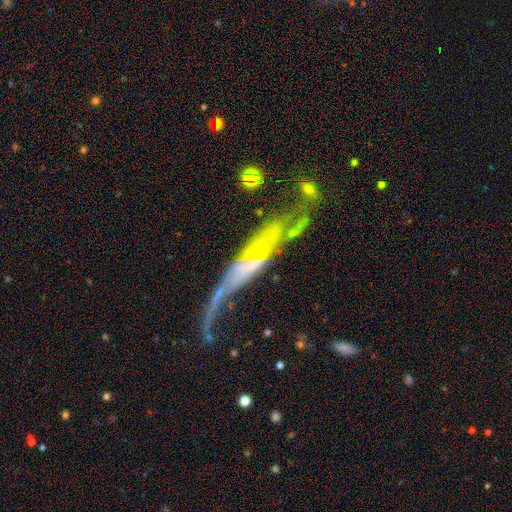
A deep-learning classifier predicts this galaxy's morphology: This is likely a featured or disk galaxy (75%). It is possibly not viewed edge-on (52%). Merging: marginally none (35%).